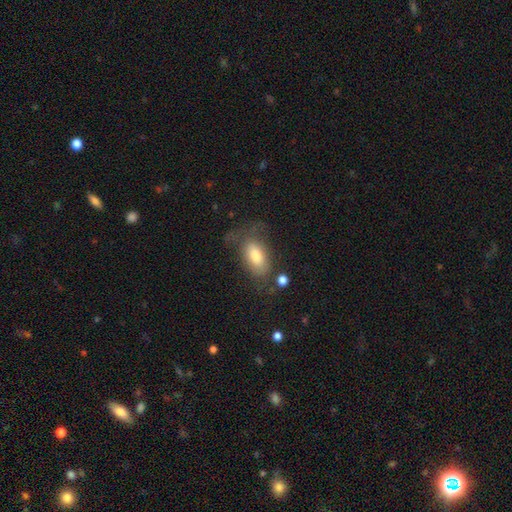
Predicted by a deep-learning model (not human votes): Smooth or featured?
  - smooth: 72% *
  - featured or disk: 21%
  - star or artifact: 8%
How rounded?
  - in between: 90% *
  - round: 5%
  - cigar-shaped: 4%
Merging?
  - none: 47% *
  - minor disturbance: 25%
  - major disturbance: 23%
  - merger: 4%